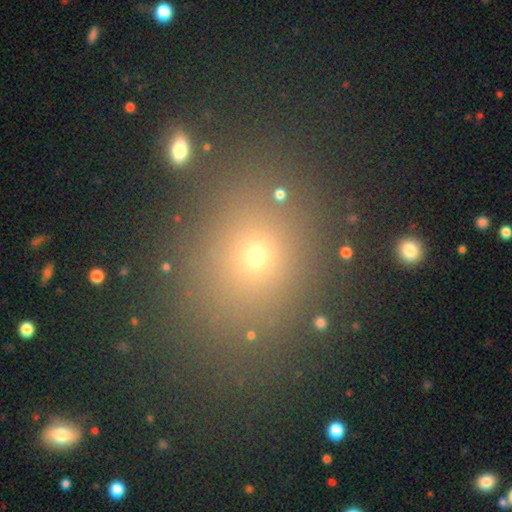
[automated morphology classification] A smooth galaxy with no disk features (63%) that is round (51%). Merging: none (77%).